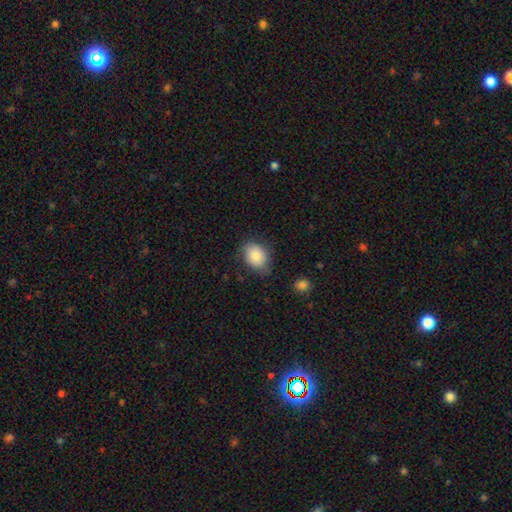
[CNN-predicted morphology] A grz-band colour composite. It shows a smooth galaxy with no disk features (84%) that is in between round and cigar-shaped (69%). Merging: none (71%).